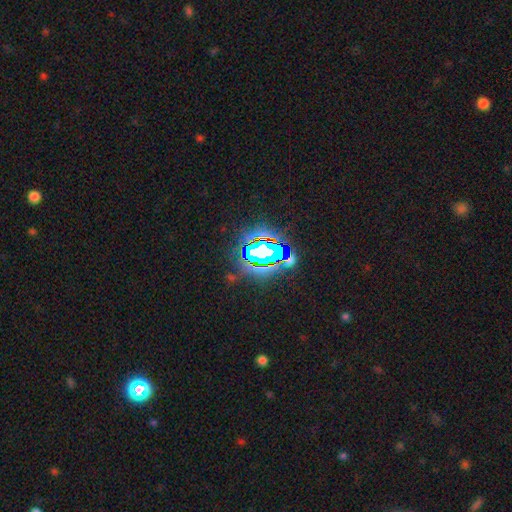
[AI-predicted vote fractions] Overall: star or artifact (72%).